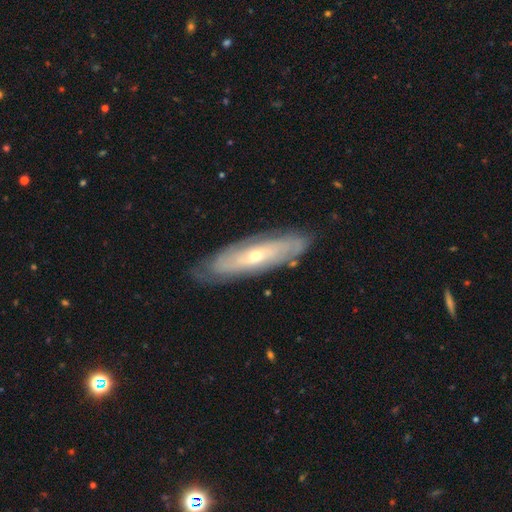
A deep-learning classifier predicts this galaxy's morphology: This appears to be a featured or disk galaxy (71%). Merging: none (82%).